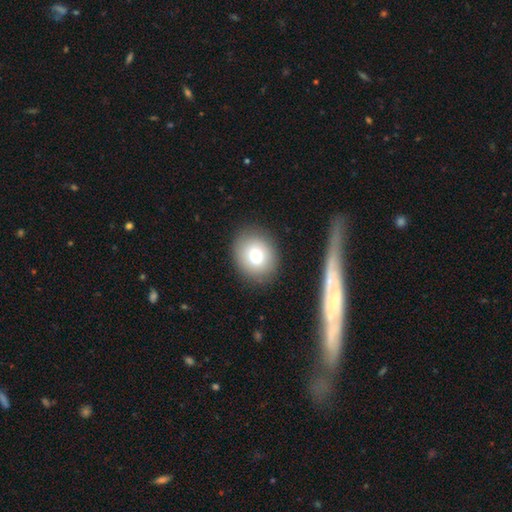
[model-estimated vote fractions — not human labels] This is likely a smooth galaxy (75%). How rounded: likely round (68%). Merging: clearly none (86%).